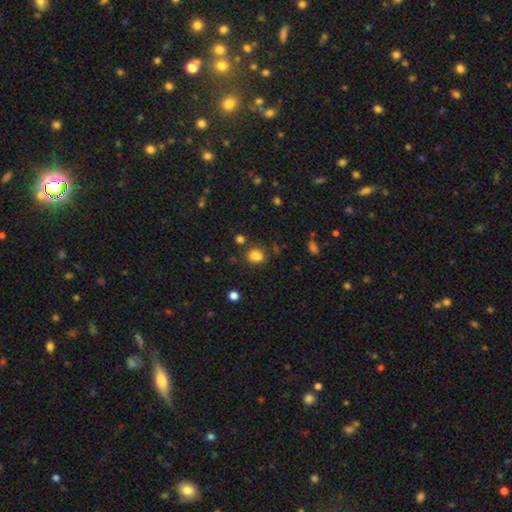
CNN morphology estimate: Smooth or featured: smooth — 82% (star or artifact — 13%)
How rounded: round — 50% (in between — 49%)
Merging: none — 72% (minor disturbance — 15%)